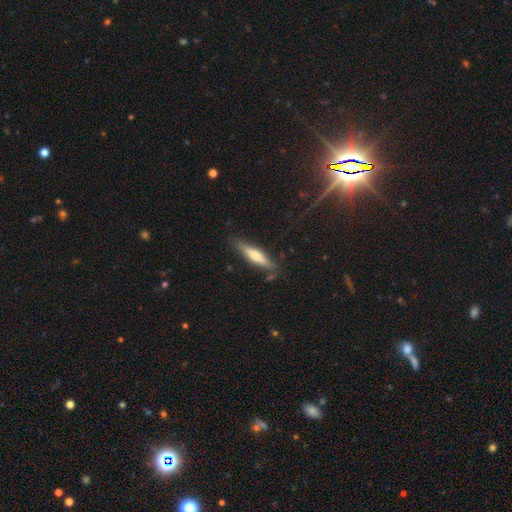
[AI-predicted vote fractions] Smooth or featured? smooth (52%)
How rounded? cigar-shaped (82%)
Merging? none (79%)